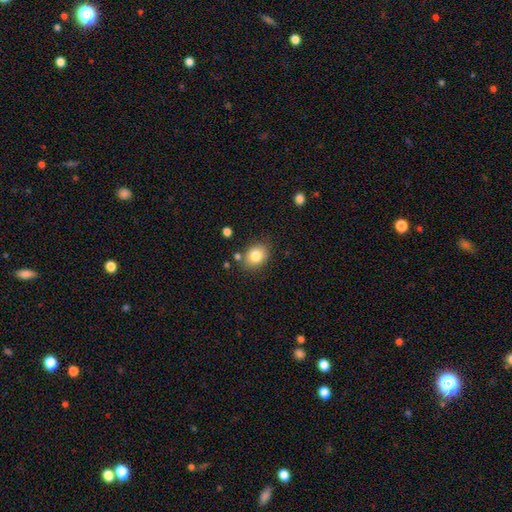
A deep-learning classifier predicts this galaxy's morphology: Smooth or featured? smooth (82%)
How rounded? in between (51%)
Merging? none (79%)